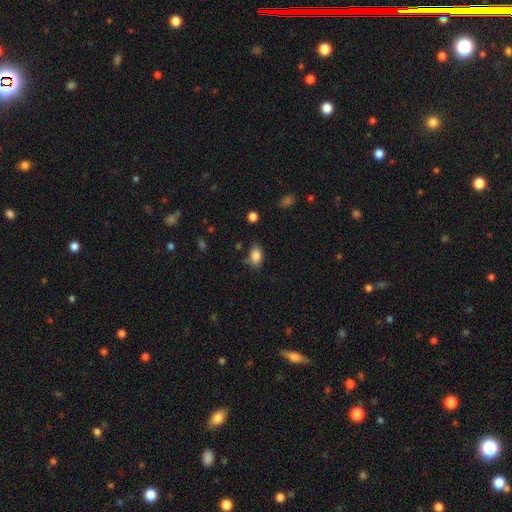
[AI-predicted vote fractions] Overall: smooth (86%). How rounded: in between (88%). Merging: none (74%).